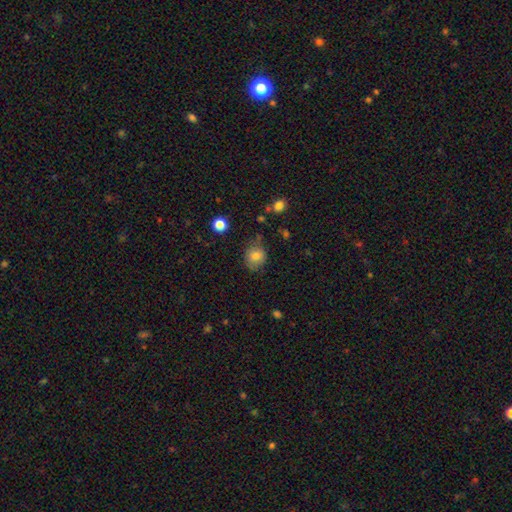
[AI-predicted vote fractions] Smooth or featured? smooth (79%)
How rounded? round (75%)
Merging? none (71%)